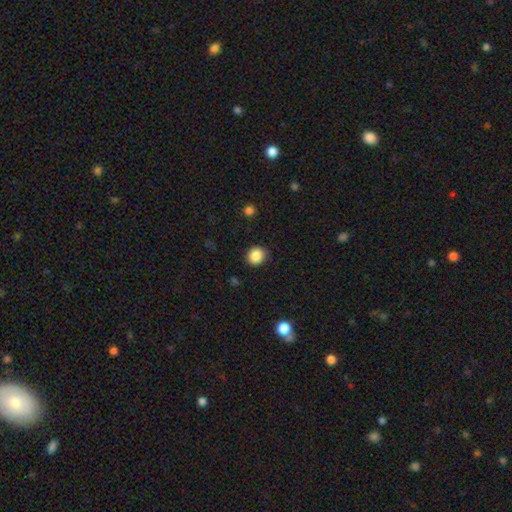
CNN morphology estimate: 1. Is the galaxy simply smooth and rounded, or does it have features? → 86% smooth, 10% star or artifact, 4% featured or disk.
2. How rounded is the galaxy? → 89% round, 10% in between, 1% cigar-shaped.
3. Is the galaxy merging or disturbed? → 87% none, 10% minor disturbance, 2% major disturbance, 1% merger.